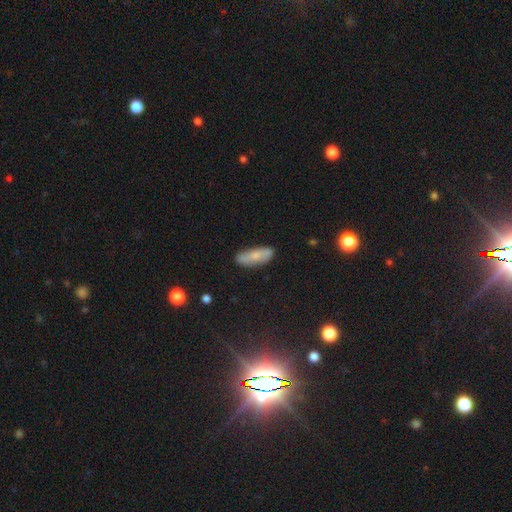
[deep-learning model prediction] Smooth or featured: smooth — 68% (featured or disk — 25%)
How rounded: in between — 61% (cigar-shaped — 36%)
Merging: none — 80% (minor disturbance — 15%)